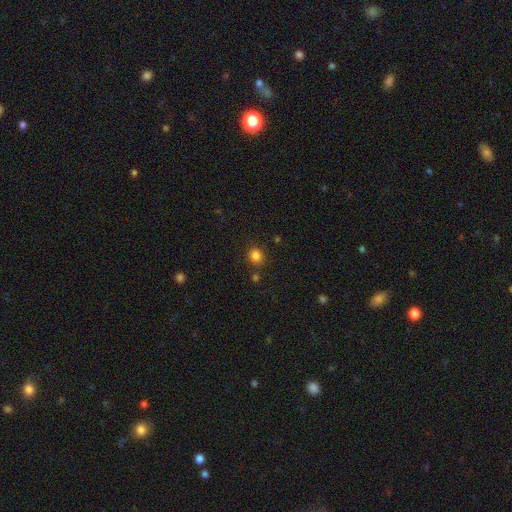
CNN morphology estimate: A smooth galaxy with no disk features (82%) that is round (70%).

Vote fractions:
- Smooth or featured? smooth: 82% / star or artifact: 13% / featured or disk: 5%
- How rounded? round: 70% / in between: 29% / cigar-shaped: 1%
- Merging? none: 80% / minor disturbance: 11% / merger: 6% / major disturbance: 3%